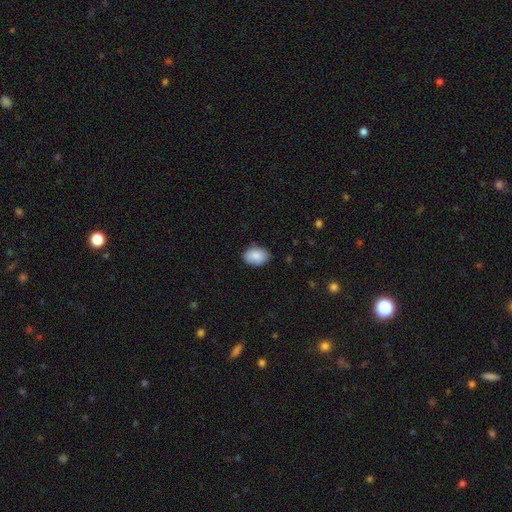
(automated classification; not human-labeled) This appears to be a smooth galaxy with no disk features (88%) that is in between round and cigar-shaped (83%). Merging: none (82%).